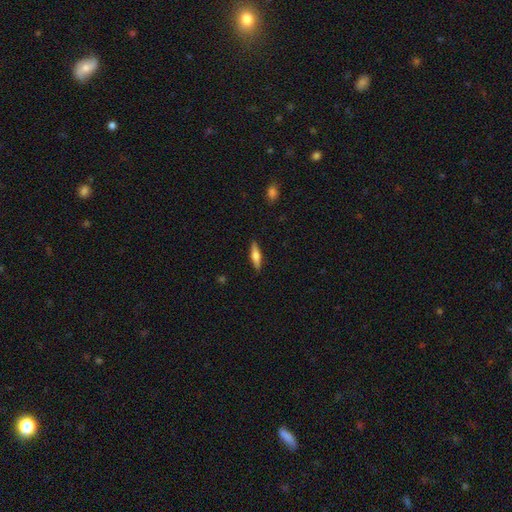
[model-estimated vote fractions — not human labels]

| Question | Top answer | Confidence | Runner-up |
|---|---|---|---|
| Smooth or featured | featured or disk | 48% | smooth (46%) |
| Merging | none | 89% | minor disturbance (8%) |